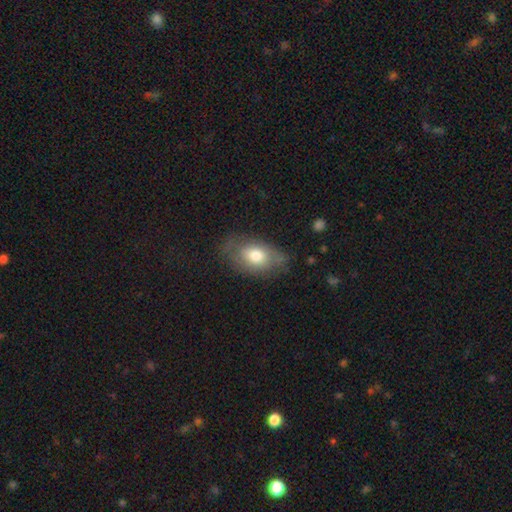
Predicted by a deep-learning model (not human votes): Smooth or featured?
  - smooth: 69% *
  - featured or disk: 23%
  - star or artifact: 7%
How rounded?
  - in between: 88% *
  - round: 10%
  - cigar-shaped: 2%
Merging?
  - none: 67% *
  - minor disturbance: 23%
  - major disturbance: 8%
  - merger: 2%